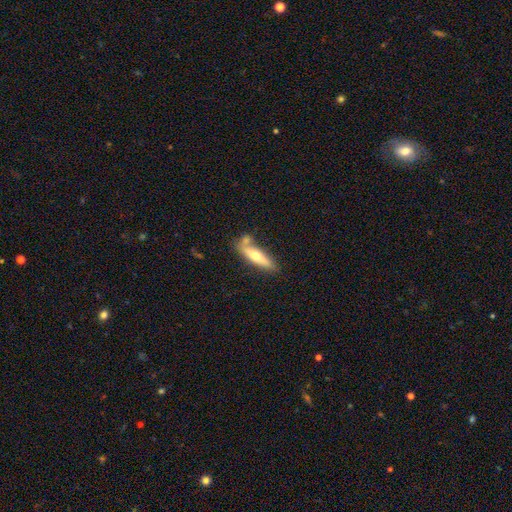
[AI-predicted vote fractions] smooth-or-featured: smooth: 53% | featured or disk: 41% | star or artifact: 6%
  how-rounded: cigar-shaped: 73% | in between: 25% | round: 2%
  merging: none: 66% | merger: 16% | minor disturbance: 15% | major disturbance: 4%